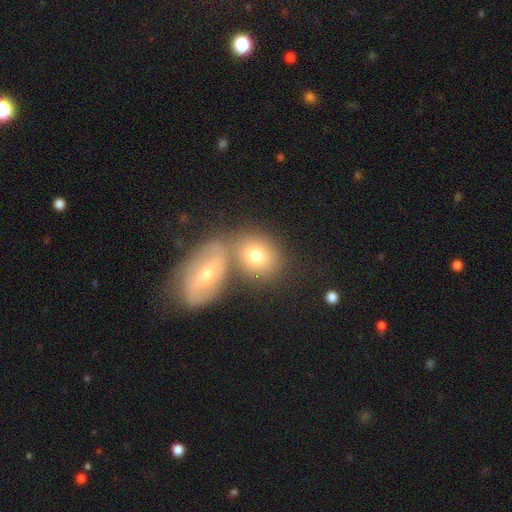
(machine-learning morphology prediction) Smooth or featured? smooth (76%)
How rounded? round (52%)
Merging? none (48%)